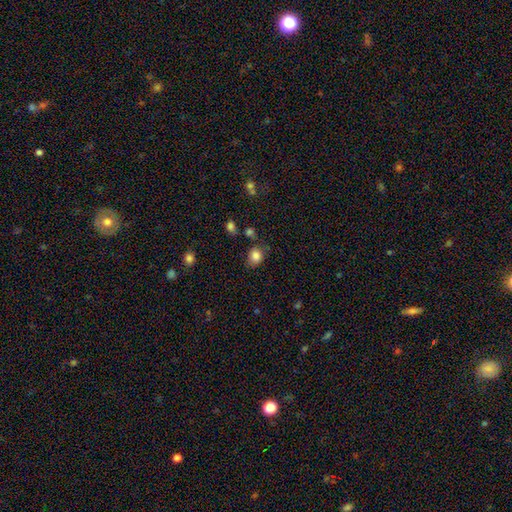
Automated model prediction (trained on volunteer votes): smooth 84%, star or artifact 10%, featured or disk 5%. Down the decision tree: how rounded — round (66%); merging — none (70%).